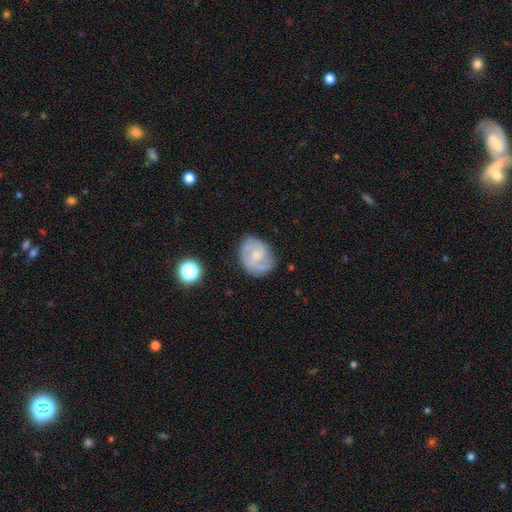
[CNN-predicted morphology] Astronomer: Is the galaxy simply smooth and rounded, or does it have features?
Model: featured or disk — 67%.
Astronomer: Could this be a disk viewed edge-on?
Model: no — 98%.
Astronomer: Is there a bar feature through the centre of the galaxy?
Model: no — 60%.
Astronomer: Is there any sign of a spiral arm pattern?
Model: yes — 86%.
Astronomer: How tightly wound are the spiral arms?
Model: medium — 43% (runner-up: tight, 40%).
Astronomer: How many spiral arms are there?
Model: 2 — 41% (runner-up: can't tell, 27%).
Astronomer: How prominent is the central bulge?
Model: small — 50% (runner-up: moderate, 35%).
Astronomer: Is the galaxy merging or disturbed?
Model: none — 67%.